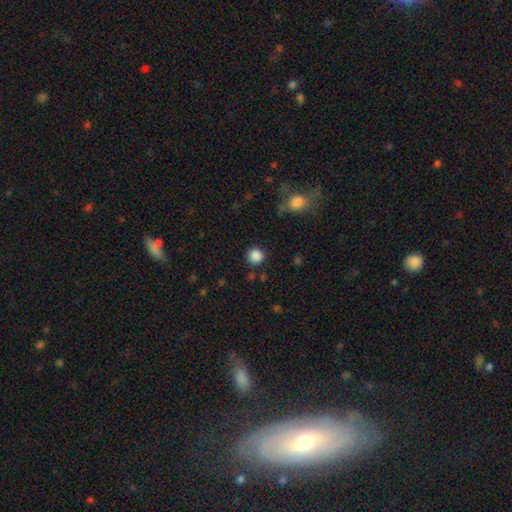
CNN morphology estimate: smooth 87%, star or artifact 11%, featured or disk 3%. Down the decision tree: how rounded — round (92%); merging — none (88%).